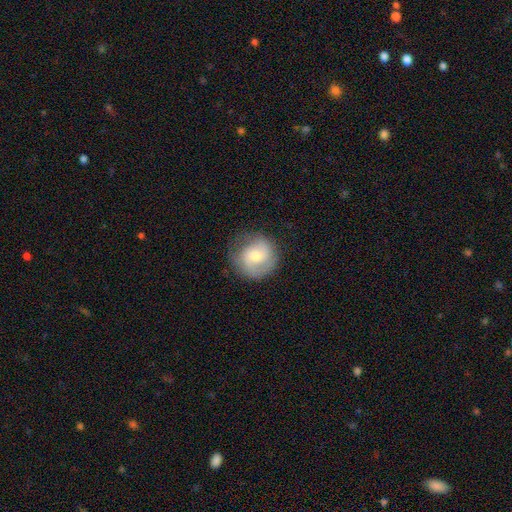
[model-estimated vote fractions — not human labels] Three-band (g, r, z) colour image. It shows a featured or disk galaxy (56%) with no bar (53%), spiral arms (87%) and a moderate central bulge (57%). Merging: none (74%).